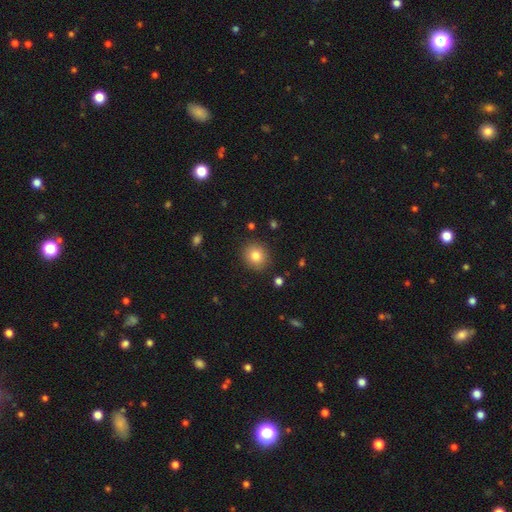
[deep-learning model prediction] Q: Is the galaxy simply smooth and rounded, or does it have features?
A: smooth — 82%.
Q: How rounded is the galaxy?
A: round — 84%.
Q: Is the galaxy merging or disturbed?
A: none — 89%.